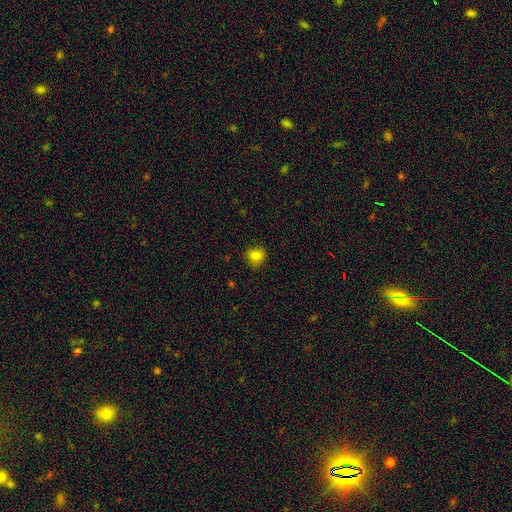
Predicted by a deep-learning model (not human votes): smooth 81%, star or artifact 12%, featured or disk 6%. Down the decision tree: how rounded — round (83%); merging — none (86%).